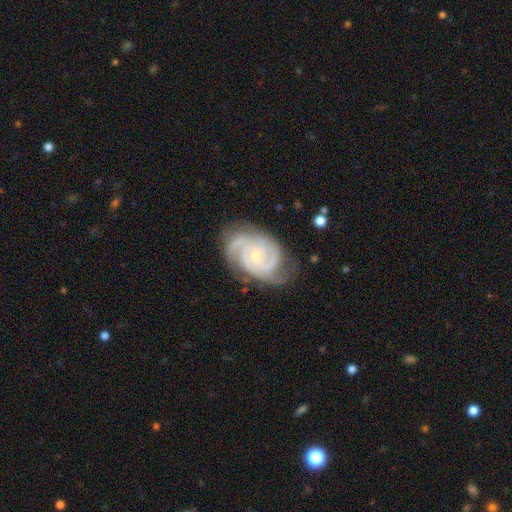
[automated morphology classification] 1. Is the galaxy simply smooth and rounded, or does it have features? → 90% featured or disk, 5% smooth, 5% star or artifact.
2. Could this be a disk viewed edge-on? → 98% no, 2% yes.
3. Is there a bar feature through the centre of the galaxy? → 68% no, 26% weak, 6% strong.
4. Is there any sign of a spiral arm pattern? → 98% yes, 2% no.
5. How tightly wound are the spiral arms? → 61% tight, 34% medium, 5% loose.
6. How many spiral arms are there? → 47% 3, 22% 2, 12% 4, 10% can't tell, 5% more than 4, 5% 1.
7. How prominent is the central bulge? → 78% small, 18% moderate, 2% none, 1% large, 1% dominant.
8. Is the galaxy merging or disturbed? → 74% none, 19% minor disturbance, 6% major disturbance, 1% merger.